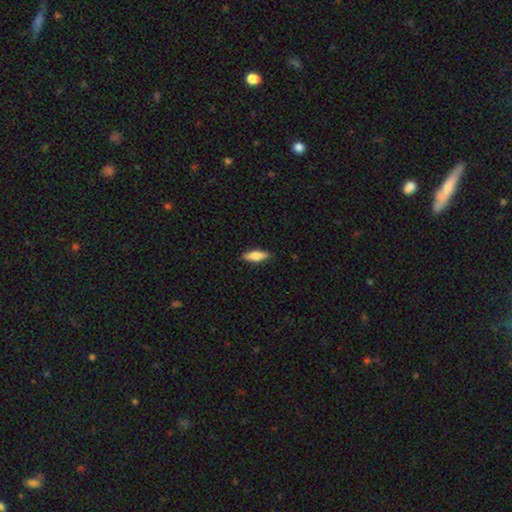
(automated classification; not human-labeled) A smooth galaxy with no disk features (75%) that is in between round and cigar-shaped (55%). Merging: none (88%).